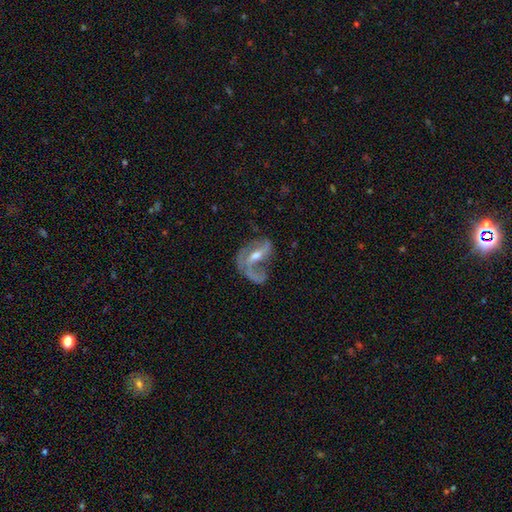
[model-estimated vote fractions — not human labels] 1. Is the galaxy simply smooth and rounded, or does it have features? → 81% featured or disk, 12% smooth, 7% star or artifact.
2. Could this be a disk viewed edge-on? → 95% no, 5% yes.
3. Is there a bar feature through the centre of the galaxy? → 44% weak, 30% strong, 26% no.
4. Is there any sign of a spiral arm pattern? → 86% yes, 14% no.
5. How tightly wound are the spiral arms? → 53% loose, 35% medium, 12% tight.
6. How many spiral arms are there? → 54% 2, 30% 1, 8% can't tell, 4% 3, 2% 4, 2% more than 4.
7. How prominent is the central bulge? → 59% moderate, 32% small, 4% large, 3% none, 1% dominant.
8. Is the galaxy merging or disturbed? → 40% major disturbance, 35% none, 20% minor disturbance, 6% merger.